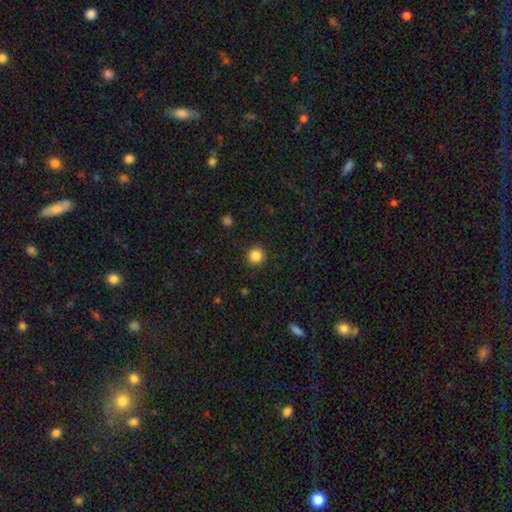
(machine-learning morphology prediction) smooth 86%, star or artifact 11%, featured or disk 4%. Down the decision tree: how rounded — round (94%); merging — none (91%).